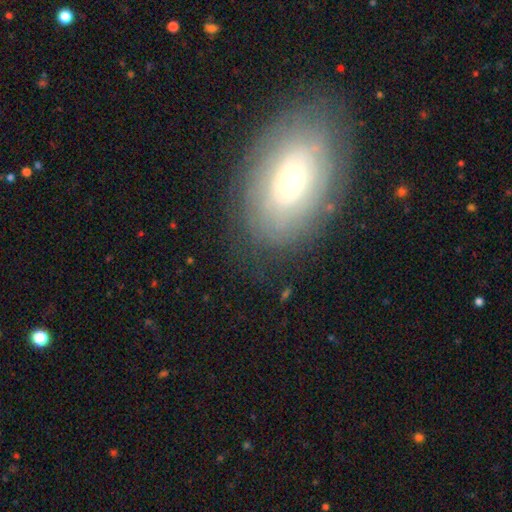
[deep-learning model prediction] This is possibly a smooth galaxy (49%). Merging: clearly none (83%).